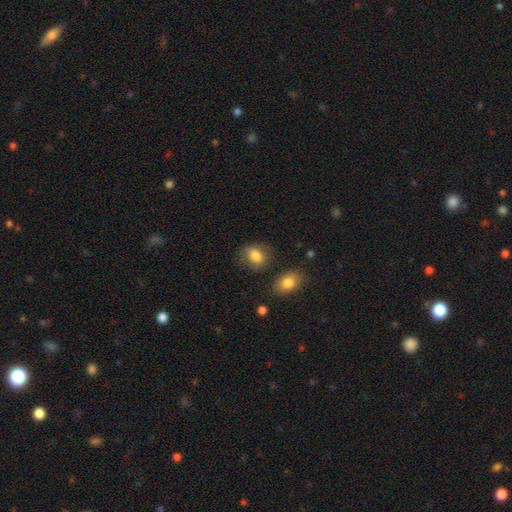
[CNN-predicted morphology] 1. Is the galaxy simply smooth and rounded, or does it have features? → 81% smooth, 11% featured or disk, 8% star or artifact.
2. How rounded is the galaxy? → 57% in between, 41% round, 1% cigar-shaped.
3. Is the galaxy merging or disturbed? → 66% none, 22% minor disturbance, 8% major disturbance, 4% merger.